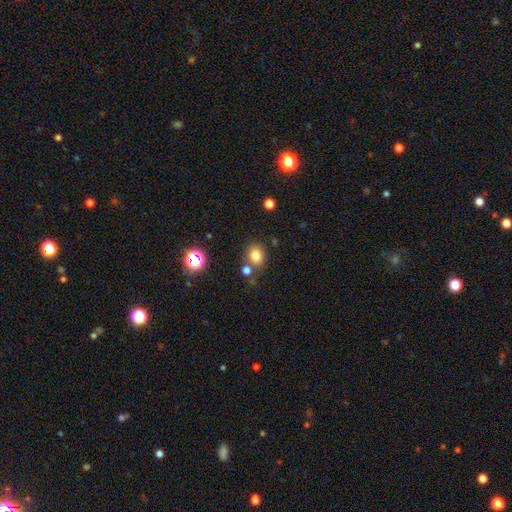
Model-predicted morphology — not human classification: Smooth or featured?
  - smooth: 79% *
  - star or artifact: 14%
  - featured or disk: 7%
How rounded?
  - round: 50% *
  - in between: 49%
  - cigar-shaped: 1%
Merging?
  - none: 73% *
  - minor disturbance: 12%
  - merger: 11%
  - major disturbance: 4%